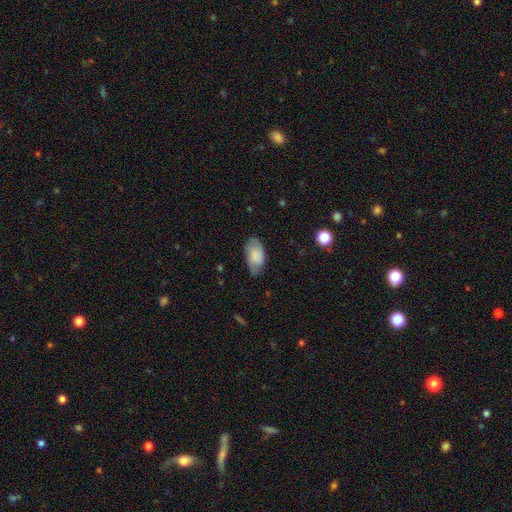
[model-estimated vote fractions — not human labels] A smooth galaxy with no disk features (70%) that is in between round and cigar-shaped (94%).

Vote fractions:
- Smooth or featured? smooth: 70% / featured or disk: 22% / star or artifact: 7%
- How rounded? in between: 94% / round: 3% / cigar-shaped: 2%
- Merging? none: 70% / minor disturbance: 23% / major disturbance: 5% / merger: 1%